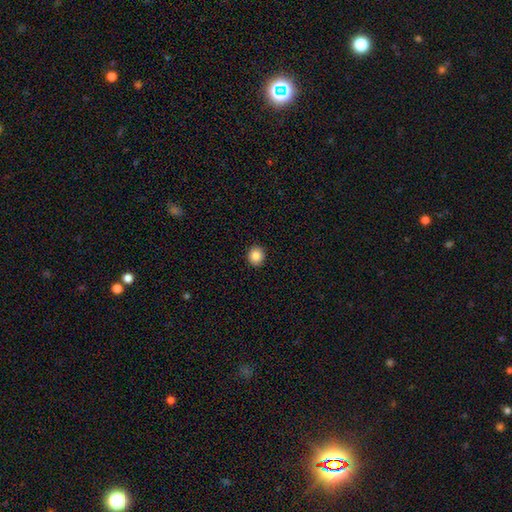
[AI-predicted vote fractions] A smooth galaxy with no disk features (86%) that is round (90%). Merging: none (92%).